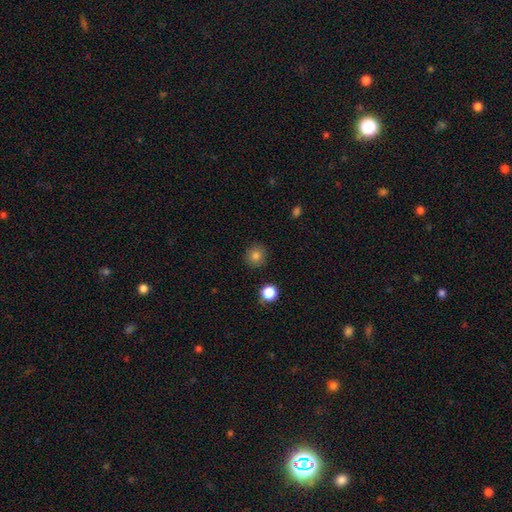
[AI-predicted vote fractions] This appears to be a smooth galaxy with no disk features (82%) that is round (92%). Merging: none (90%).